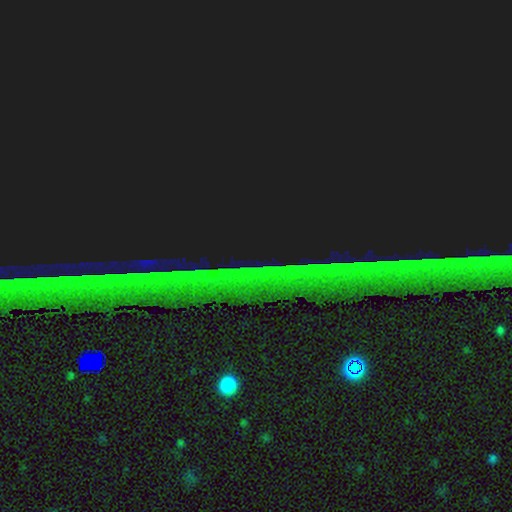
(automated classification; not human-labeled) The model was most divided on "smooth or featured": star or artifact: 85%, smooth: 8%, featured or disk: 7%.